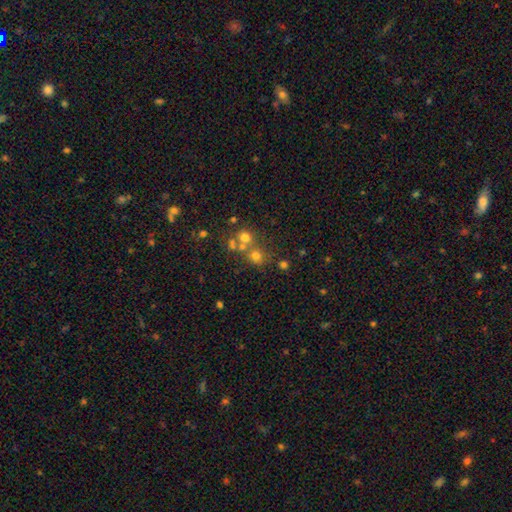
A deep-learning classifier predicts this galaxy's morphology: This appears to be a smooth galaxy with no disk features (64%) that is round (86%). Merging: none (56%).